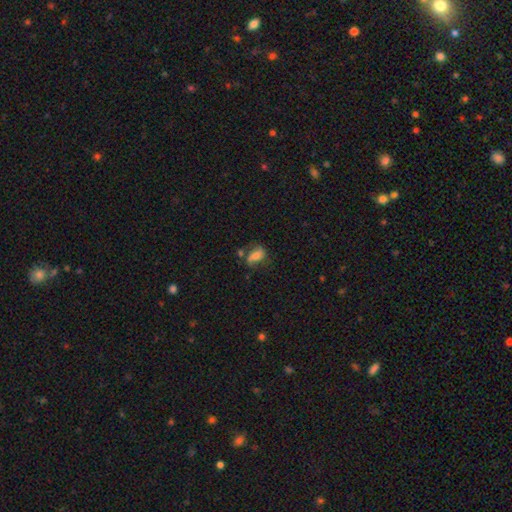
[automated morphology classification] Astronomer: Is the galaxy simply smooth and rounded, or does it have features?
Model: smooth — 63%.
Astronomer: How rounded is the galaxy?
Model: in between — 84%.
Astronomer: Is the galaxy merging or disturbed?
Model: none — 48% (runner-up: minor disturbance, 25%).